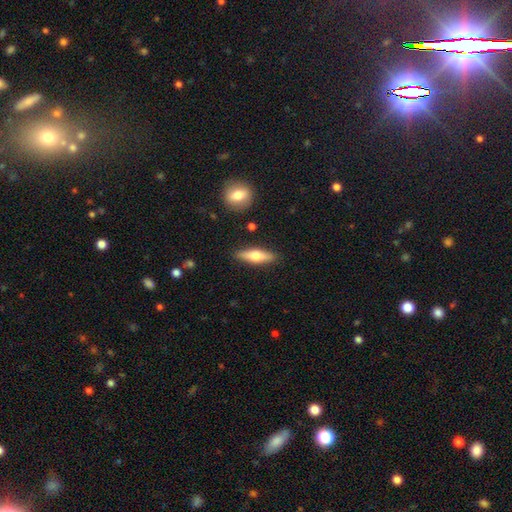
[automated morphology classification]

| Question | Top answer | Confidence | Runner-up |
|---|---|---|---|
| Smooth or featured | smooth | 53% | featured or disk (41%) |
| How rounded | cigar-shaped | 59% | in between (38%) |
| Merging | none | 86% | minor disturbance (9%) |